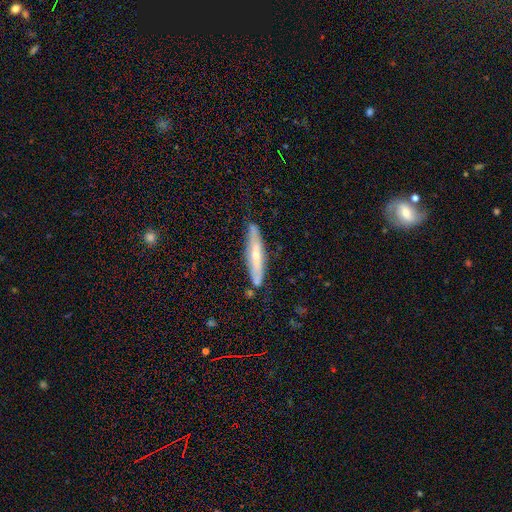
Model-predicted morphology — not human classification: This is possibly a featured or disk galaxy (52%). It is likely viewed edge-on (78%). Merging: likely none (79%).